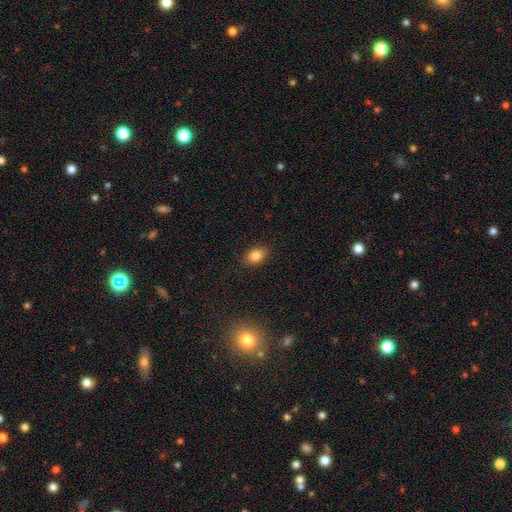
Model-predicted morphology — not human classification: A smooth galaxy with no disk features (83%) that is in between round and cigar-shaped (74%).

Vote fractions:
- Smooth or featured? smooth: 83% / star or artifact: 10% / featured or disk: 7%
- How rounded? in between: 74% / round: 24% / cigar-shaped: 2%
- Merging? none: 87% / minor disturbance: 9% / major disturbance: 2% / merger: 1%